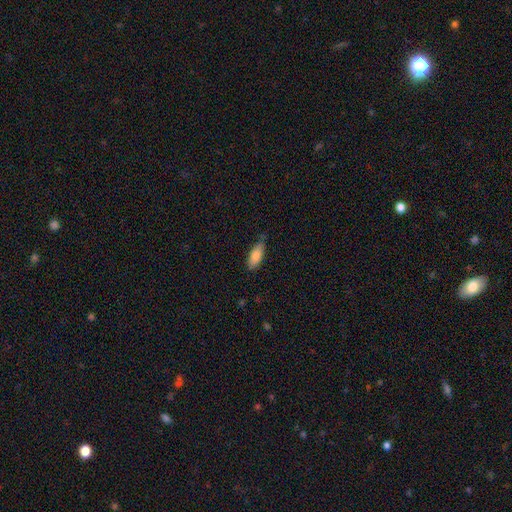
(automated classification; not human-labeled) smooth-or-featured: smooth: 82% | featured or disk: 12% | star or artifact: 6%
  how-rounded: in between: 76% | cigar-shaped: 22% | round: 2%
  merging: none: 66% | minor disturbance: 28% | major disturbance: 4% | merger: 2%